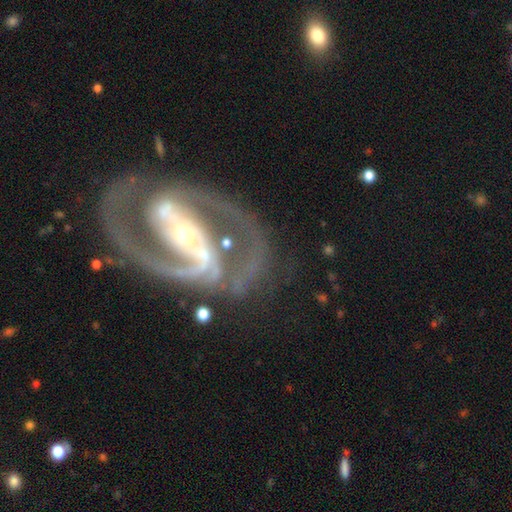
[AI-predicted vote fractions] Q: Smooth or featured?
A: featured or disk (92%); runner-up: star or artifact (5%)
Q: Edge-on disk?
A: no (97%); runner-up: yes (3%)
Q: Bar?
A: strong (64%); runner-up: weak (22%)
Q: Spiral arms?
A: yes (98%); runner-up: no (2%)
Q: Spiral winding?
A: medium (59%); runner-up: tight (28%)
Q: Spiral arm count?
A: 2 (92%); runner-up: 3 (3%)
Q: Bulge size?
A: small (49%); runner-up: moderate (45%)
Q: Merging?
A: none (67%); runner-up: minor disturbance (16%)